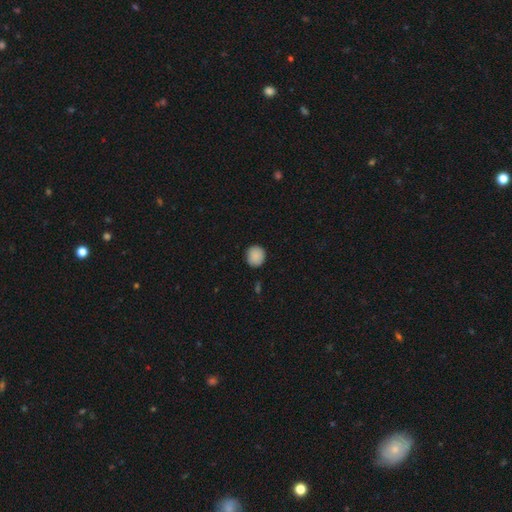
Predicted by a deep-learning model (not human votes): This appears to be a smooth galaxy with no disk features (88%) that is round (89%). Merging: none (87%).